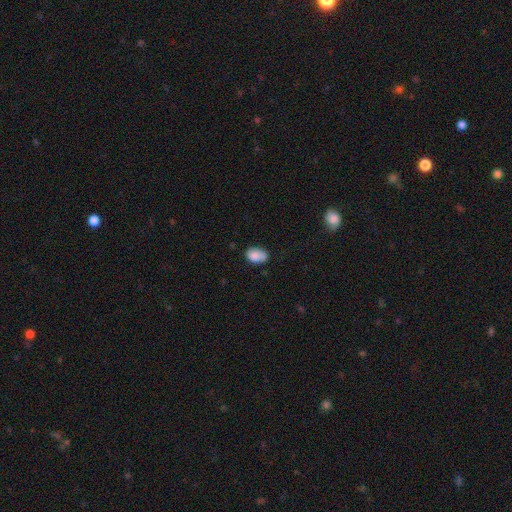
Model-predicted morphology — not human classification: Overall: smooth (80%). How rounded: in between (84%). Merging: none (61%; minor disturbance 28%).